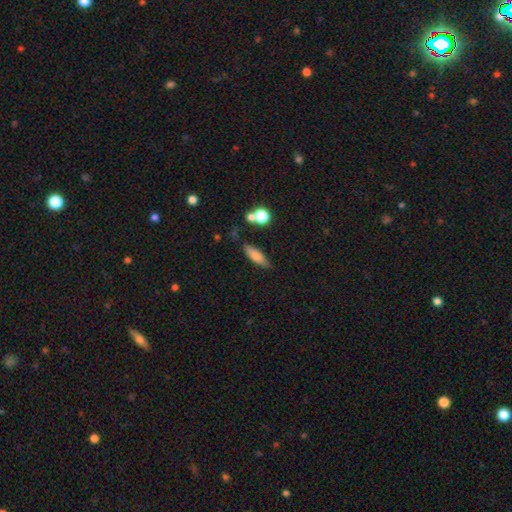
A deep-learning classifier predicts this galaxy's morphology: Overall: smooth (75%). How rounded: in between (52%; cigar-shaped 45%). Merging: none (75%).